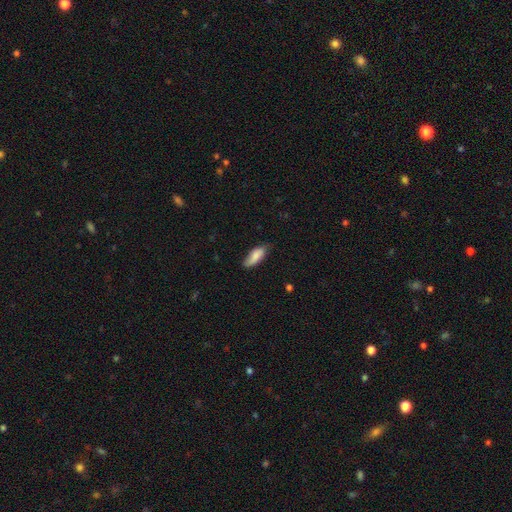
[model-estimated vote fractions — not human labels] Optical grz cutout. It shows a smooth galaxy with no disk features (79%) that is in between round and cigar-shaped (75%). Merging: none (66%).